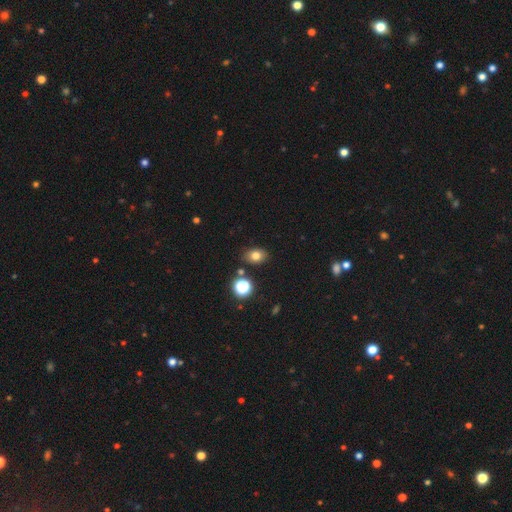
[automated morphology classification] smooth 76%, star or artifact 15%, featured or disk 10%. Down the decision tree: how rounded — in between (68%); merging — none (83%).